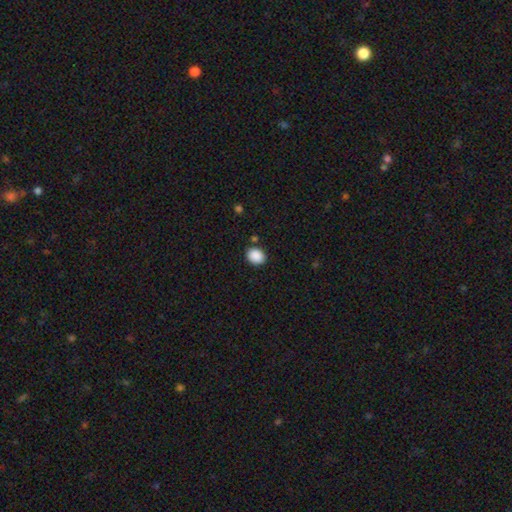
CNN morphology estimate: Smooth or featured? smooth (89%)
How rounded? round (52%)
Merging? none (86%)